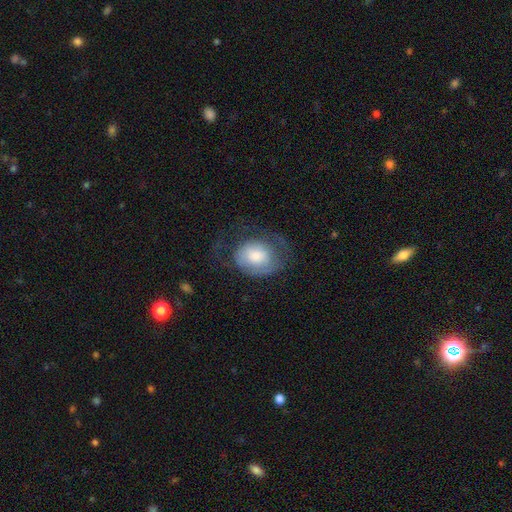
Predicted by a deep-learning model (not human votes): This is possibly a smooth galaxy (55%). How rounded: possibly in between (54%). Merging: marginally none (43%).